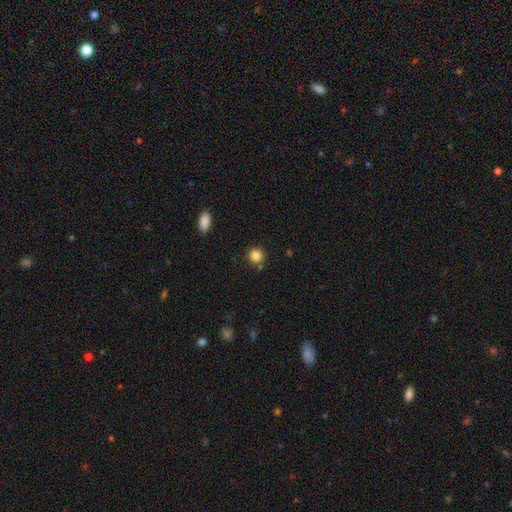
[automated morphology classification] smooth 85%, star or artifact 11%, featured or disk 5%. Down the decision tree: how rounded — round (92%); merging — none (84%).